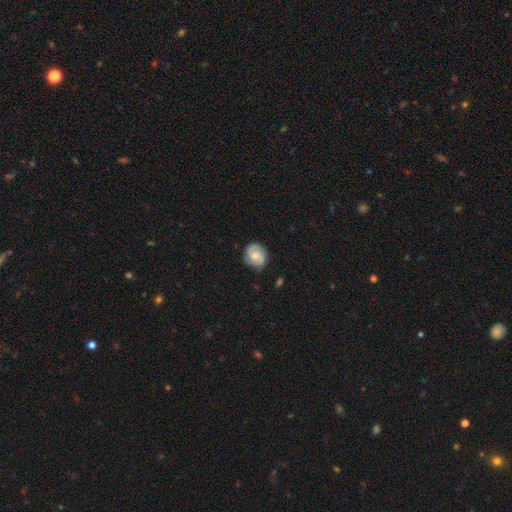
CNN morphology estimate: type=featured or disk (68%); edge-on=no (98%); bar=no (59%); spiral arms=yes (94%); winding=tight (49%); arm count=2 (80%); bulge=moderate (56%); merging=none (81%).